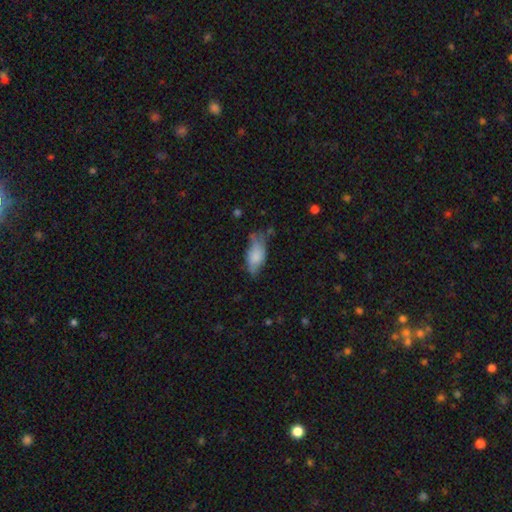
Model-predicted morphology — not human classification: Smooth or featured? Predicted: smooth (p=0.73). How rounded? Predicted: in between (p=0.88). Merging? Predicted: none (p=0.43).